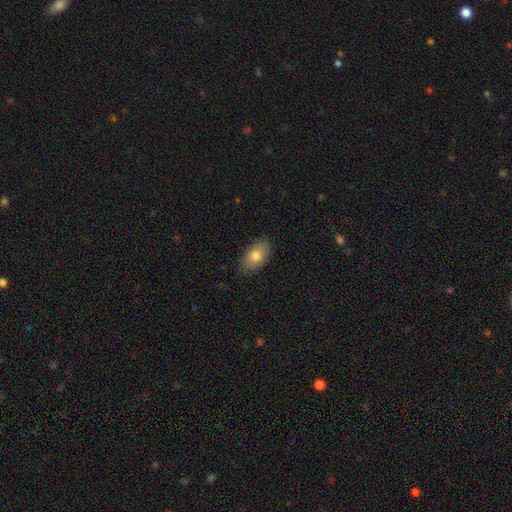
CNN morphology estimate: Smooth or featured? smooth (78%)
How rounded? in between (91%)
Merging? none (82%)